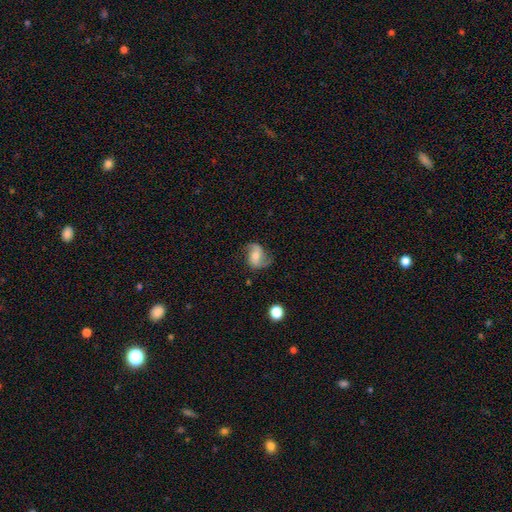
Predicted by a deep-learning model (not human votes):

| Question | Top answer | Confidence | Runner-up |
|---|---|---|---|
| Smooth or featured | featured or disk | 58% | smooth (33%) |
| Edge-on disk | no | 96% | yes (4%) |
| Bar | no | 40% | weak (36%) |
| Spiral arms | yes | 87% | no (13%) |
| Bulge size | moderate | 55% | small (34%) |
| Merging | none | 64% | minor disturbance (23%) |